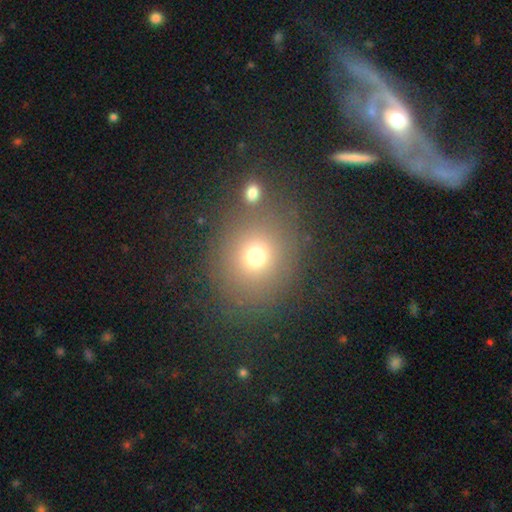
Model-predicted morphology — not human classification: The model was most divided on "smooth or featured": smooth: 71%, star or artifact: 18%, featured or disk: 11%. More confident: how rounded — round (81%); merging — none (74%).